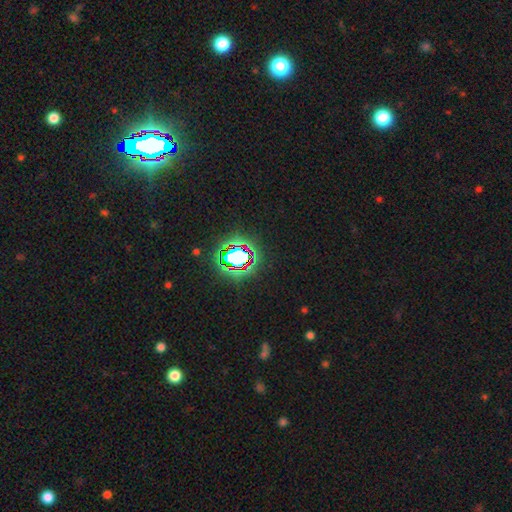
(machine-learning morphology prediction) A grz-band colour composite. It shows a star or artifact, not a galaxy (82%).